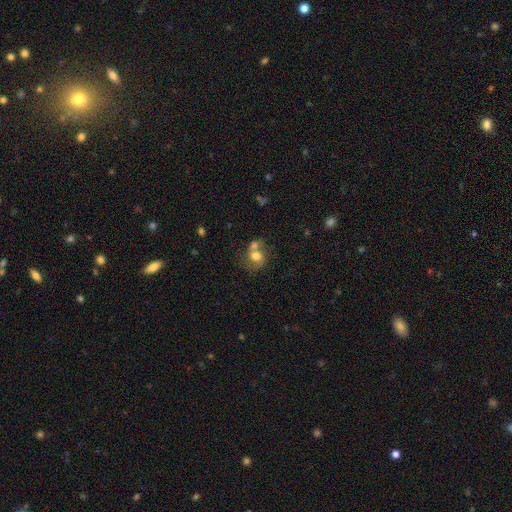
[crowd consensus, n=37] Smooth or featured?
  - smooth: 76% *
  - featured or disk: 19%
  - star or artifact: 5%
How rounded?
  - round: 68% *
  - in between: 32%
  - cigar-shaped: 0%
Merging?
  - merger: 63% *
  - none: 26%
  - major disturbance: 9%
  - minor disturbance: 3%